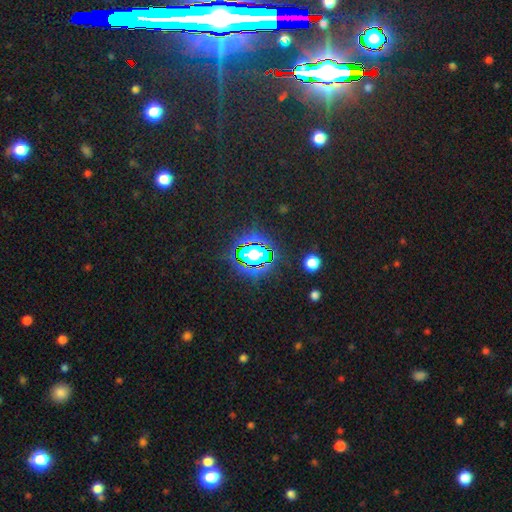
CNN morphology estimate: A star or artifact, not a galaxy (72%).

Vote fractions:
- Smooth or featured? star or artifact: 72% / smooth: 18% / featured or disk: 11%